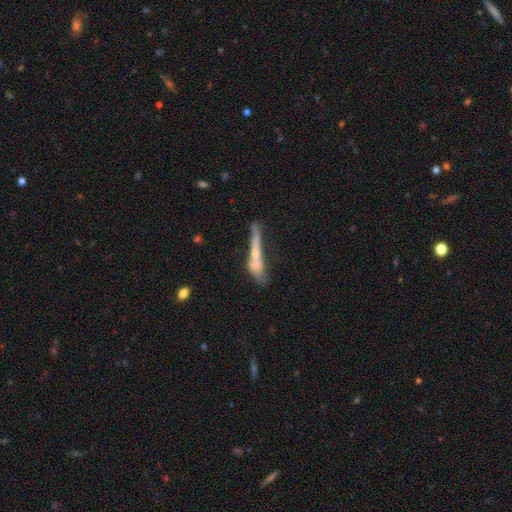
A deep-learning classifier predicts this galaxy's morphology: Smooth or featured? featured or disk (47%)
Merging? none (36%)